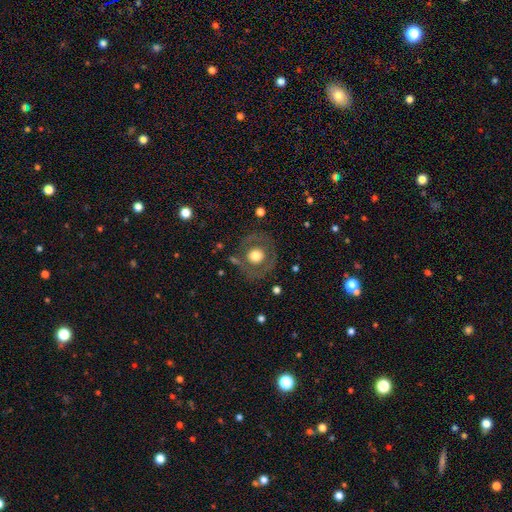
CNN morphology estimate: Smooth or featured? Predicted: smooth (p=0.54). How rounded? Predicted: round (p=0.90). Merging? Predicted: none (p=0.77).